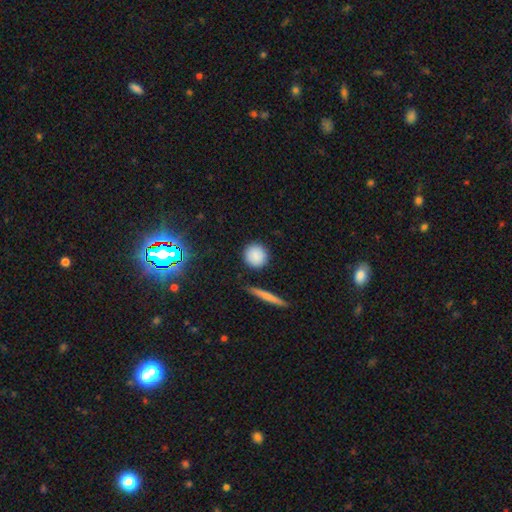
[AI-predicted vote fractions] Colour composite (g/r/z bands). It shows a smooth galaxy with no disk features (85%) that is round (91%). Merging: none (87%).